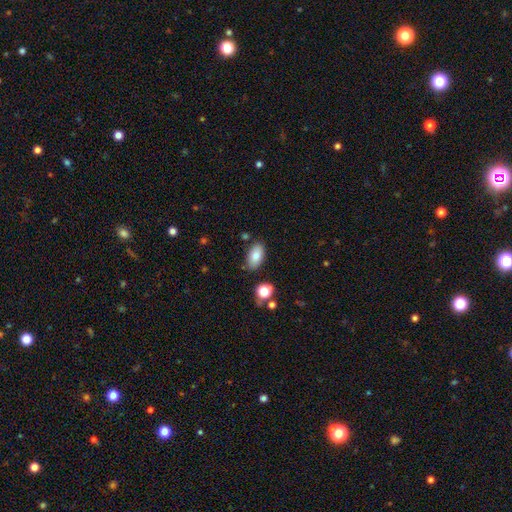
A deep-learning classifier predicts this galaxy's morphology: A smooth galaxy with no disk features (81%) that is in between round and cigar-shaped (93%).

Vote fractions:
- Smooth or featured? smooth: 81% / featured or disk: 11% / star or artifact: 8%
- How rounded? in between: 93% / round: 5% / cigar-shaped: 3%
- Merging? none: 81% / minor disturbance: 12% / merger: 4% / major disturbance: 3%